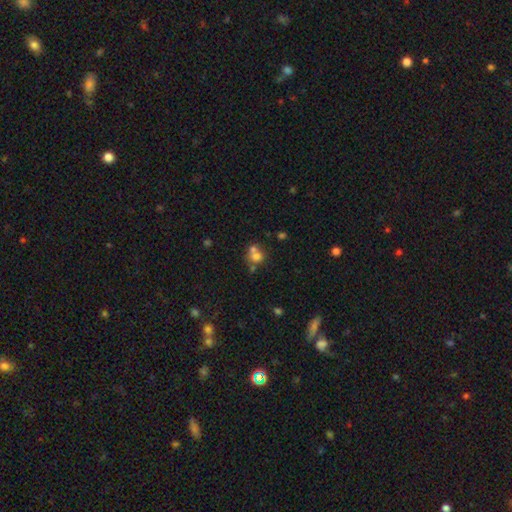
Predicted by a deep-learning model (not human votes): Smooth or featured: smooth — 68% (featured or disk — 17%)
How rounded: round — 77% (in between — 22%)
Merging: merger — 53% (none — 36%)